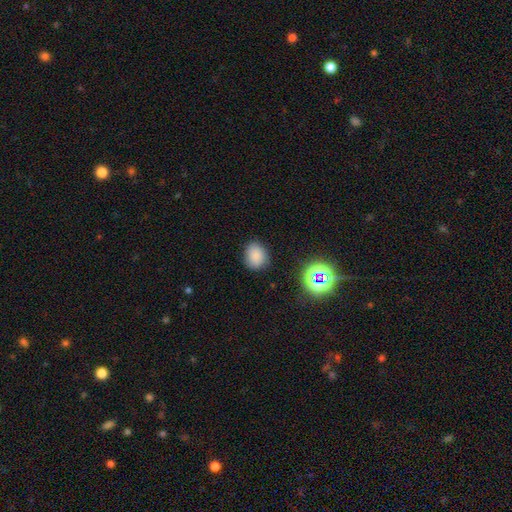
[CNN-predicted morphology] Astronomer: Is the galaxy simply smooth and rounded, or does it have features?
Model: smooth — 81%.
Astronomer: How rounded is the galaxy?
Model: round — 57% (runner-up: in between, 42%).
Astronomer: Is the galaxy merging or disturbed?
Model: none — 83%.